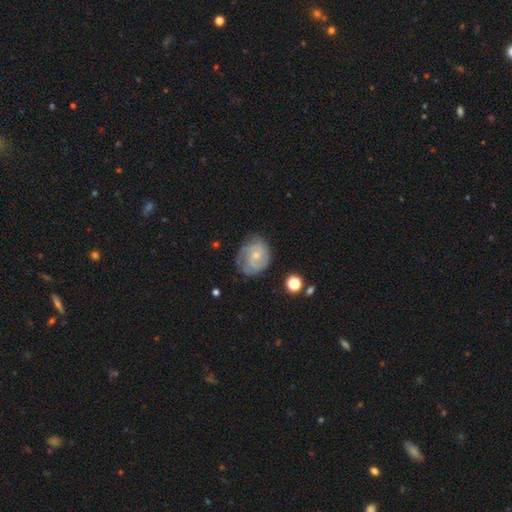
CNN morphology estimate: smooth_or_featured: featured or disk (p=0.62) [alt: smooth p=0.30]
disk_edge_on: no (p=0.97) [alt: yes p=0.03]
bar: no (p=0.73) [alt: weak p=0.24]
has_spiral_arms: yes (p=0.85) [alt: no p=0.15]
spiral_winding: tight (p=0.47) [alt: medium p=0.38]
spiral_arm_count: can't tell (p=0.35) [alt: 2 p=0.30]
bulge_size: small (p=0.69) [alt: moderate p=0.25]
merging: none (p=0.64) [alt: minor disturbance p=0.24]